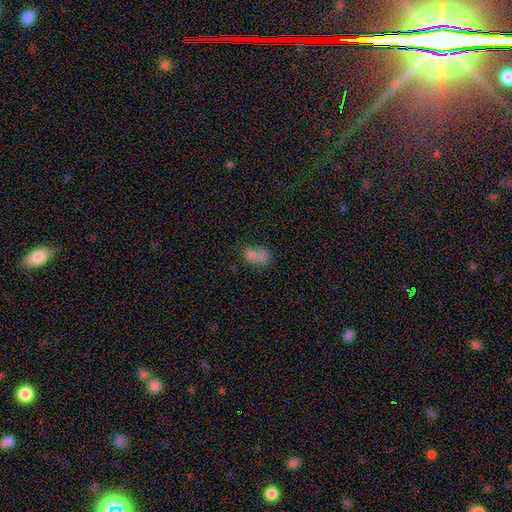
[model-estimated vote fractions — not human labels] A smooth galaxy with no disk features (73%) that is in between round and cigar-shaped (73%).

Vote fractions:
- Smooth or featured? smooth: 73% / featured or disk: 15% / star or artifact: 12%
- How rounded? in between: 73% / round: 26% / cigar-shaped: 2%
- Merging? merger: 42% / none: 32% / minor disturbance: 16% / major disturbance: 11%